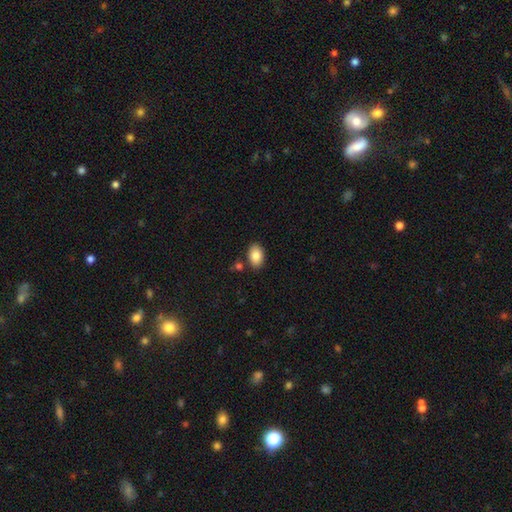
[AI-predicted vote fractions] Morphology: type=smooth (86%); roundness=in between (88%); merging=none (84%).